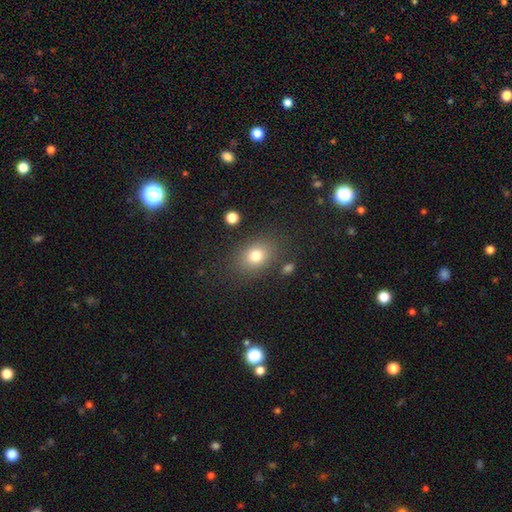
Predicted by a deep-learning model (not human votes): The model was most divided on "how rounded": in between: 64%, round: 35%, cigar-shaped: 1%. More confident: merging — none (81%); smooth or featured — smooth (79%).